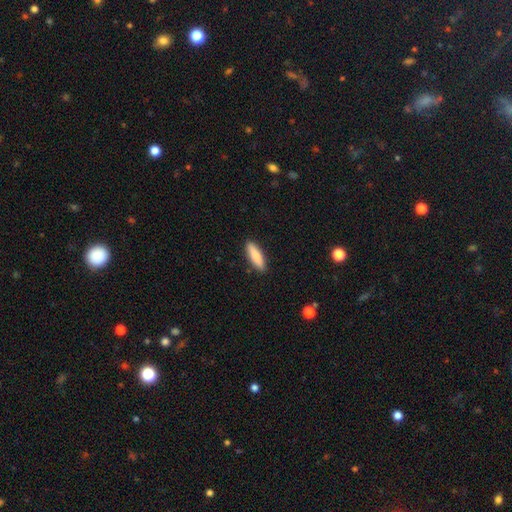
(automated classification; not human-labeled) Smooth or featured? Predicted: smooth (p=0.83). How rounded? Predicted: cigar-shaped (p=0.61). Merging? Predicted: none (p=0.89).